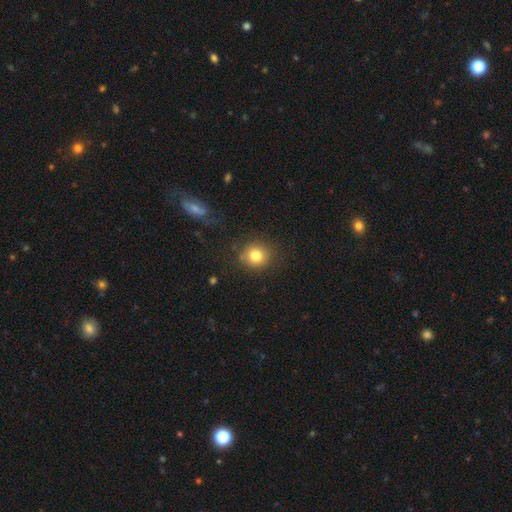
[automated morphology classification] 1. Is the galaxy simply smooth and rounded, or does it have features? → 81% smooth, 11% star or artifact, 8% featured or disk.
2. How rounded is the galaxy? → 86% round, 13% in between, 1% cigar-shaped.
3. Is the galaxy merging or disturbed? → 83% none, 11% minor disturbance, 4% major disturbance, 2% merger.